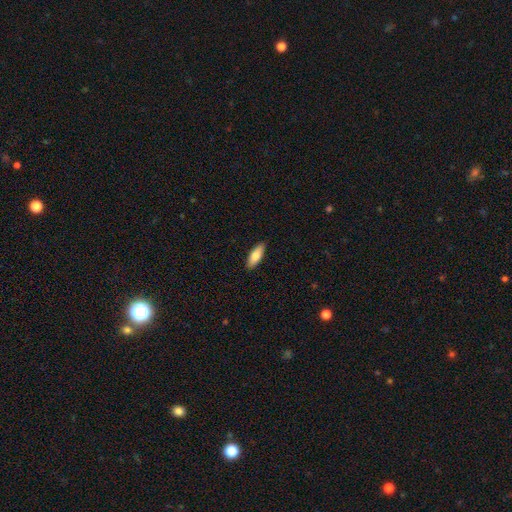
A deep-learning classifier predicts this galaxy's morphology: smooth-or-featured: smooth: 77% | featured or disk: 17% | star or artifact: 6%
  how-rounded: in between: 63% | cigar-shaped: 35% | round: 2%
  merging: none: 89% | minor disturbance: 8% | major disturbance: 2% | merger: 1%